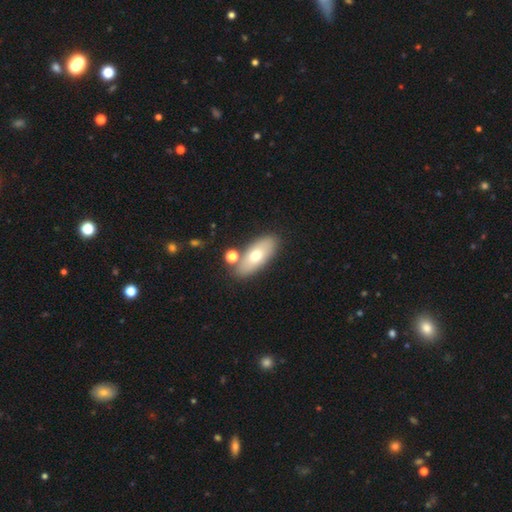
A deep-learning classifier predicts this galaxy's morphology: type=smooth (66%); roundness=in between (80%); merging=none (78%).